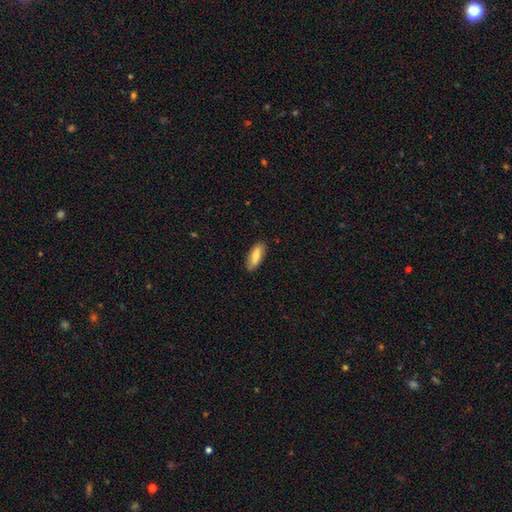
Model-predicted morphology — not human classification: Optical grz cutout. It shows a smooth galaxy with no disk features (80%) that is in between round and cigar-shaped (67%). Merging: none (83%).